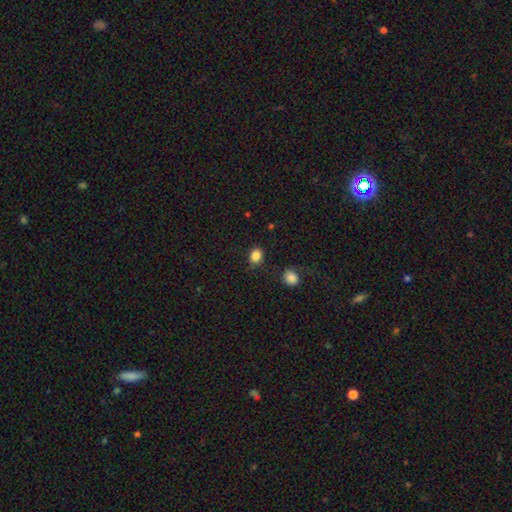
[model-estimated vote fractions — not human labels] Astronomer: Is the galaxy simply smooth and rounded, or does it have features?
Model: smooth — 85%.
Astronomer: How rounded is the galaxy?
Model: in between — 55% (runner-up: round, 44%).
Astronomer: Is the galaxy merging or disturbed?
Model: none — 79%.